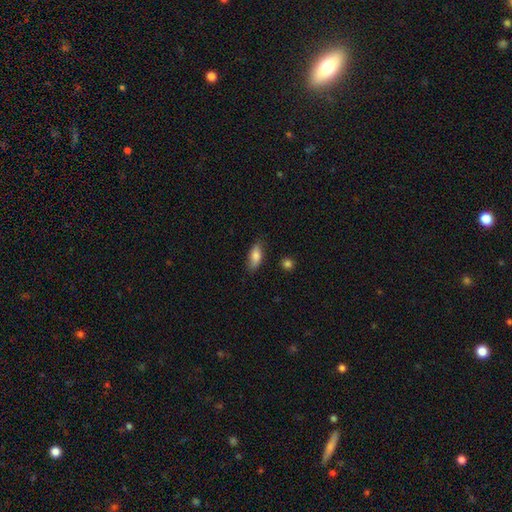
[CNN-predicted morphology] Smooth or featured: smooth — 81% (featured or disk — 12%)
How rounded: in between — 80% (cigar-shaped — 17%)
Merging: none — 76% (minor disturbance — 18%)